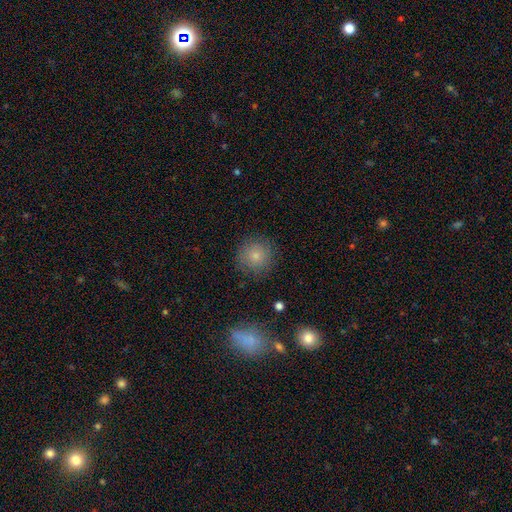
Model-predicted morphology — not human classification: Q: Smooth or featured?
A: smooth (80%); runner-up: star or artifact (11%)
Q: How rounded?
A: round (94%); runner-up: in between (5%)
Q: Merging?
A: none (85%); runner-up: minor disturbance (10%)